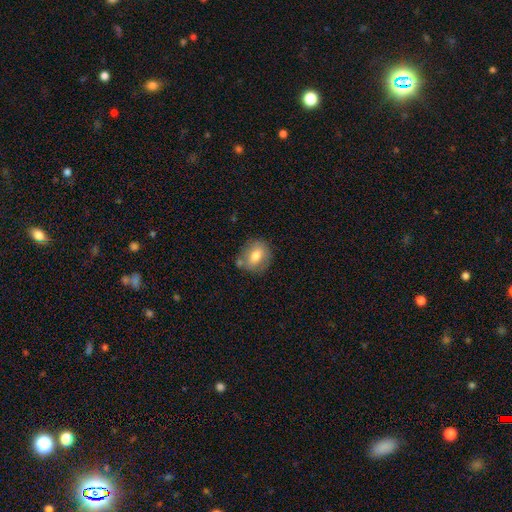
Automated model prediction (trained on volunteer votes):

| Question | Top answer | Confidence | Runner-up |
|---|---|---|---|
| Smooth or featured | smooth | 70% | featured or disk (22%) |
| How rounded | round | 54% | in between (44%) |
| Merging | none | 70% | minor disturbance (17%) |